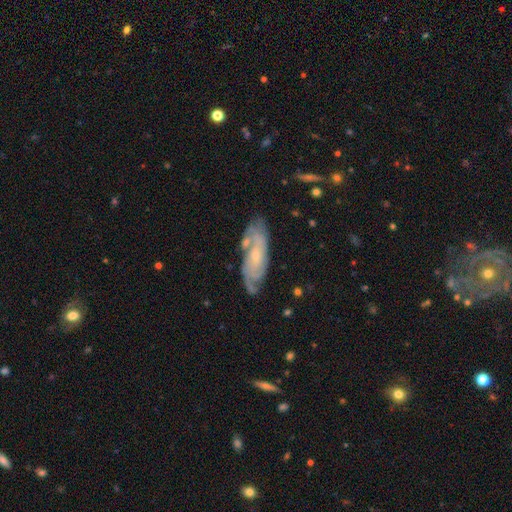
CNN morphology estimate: Smooth or featured: featured or disk — 75% (smooth — 18%)
Edge-on disk: no — 86% (yes — 14%)
Bar: no — 67% (weak — 27%)
Spiral arms: yes — 92% (no — 8%)
Spiral winding: tight — 61% (medium — 31%)
Spiral arm count: can't tell — 37% (tied with 2 — 37%)
Bulge size: small — 72% (moderate — 21%)
Merging: none — 72% (minor disturbance — 18%)